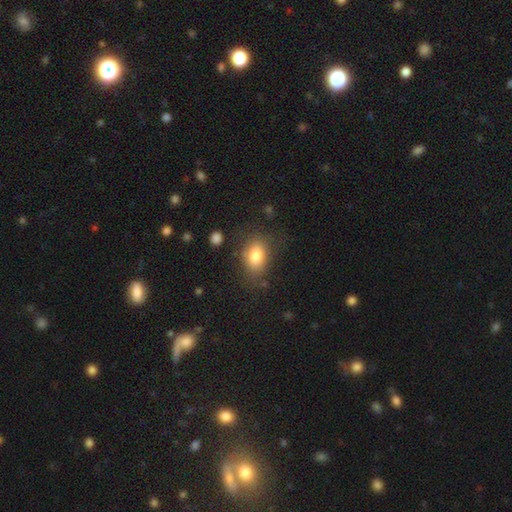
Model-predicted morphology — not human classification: A smooth galaxy with no disk features (80%) that is in between round and cigar-shaped (79%). Merging: none (73%).